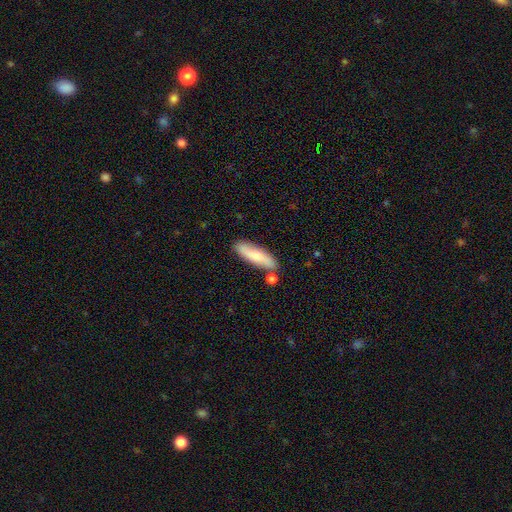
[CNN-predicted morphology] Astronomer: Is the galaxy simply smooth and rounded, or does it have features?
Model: smooth — 70%.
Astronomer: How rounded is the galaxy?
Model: cigar-shaped — 62%.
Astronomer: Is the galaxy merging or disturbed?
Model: none — 75%.